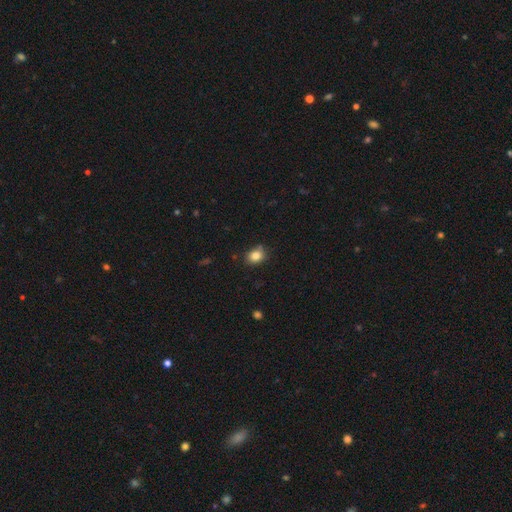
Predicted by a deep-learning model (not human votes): Overall: smooth (84%). How rounded: in between (50%; round 49%). Merging: none (79%).